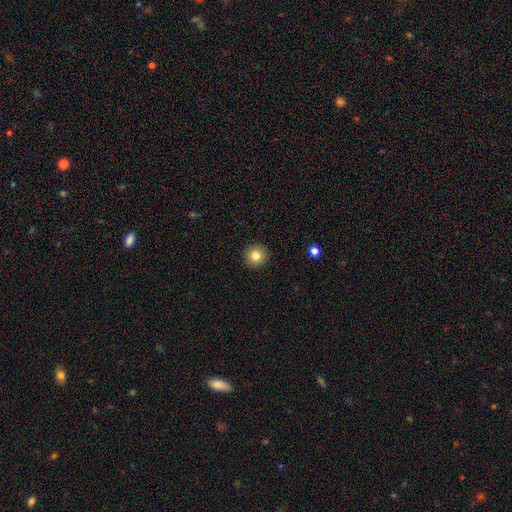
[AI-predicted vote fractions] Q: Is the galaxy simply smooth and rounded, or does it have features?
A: smooth — 82%.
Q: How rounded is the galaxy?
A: round — 94%.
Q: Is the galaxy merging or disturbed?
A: none — 92%.